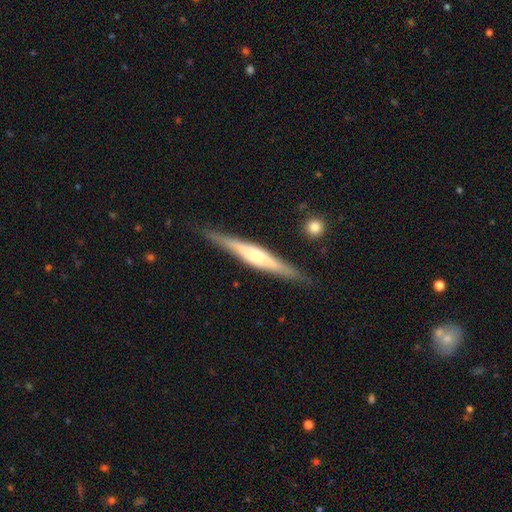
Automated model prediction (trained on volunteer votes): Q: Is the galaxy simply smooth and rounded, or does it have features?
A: featured or disk — 73%.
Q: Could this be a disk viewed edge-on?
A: yes — 97%.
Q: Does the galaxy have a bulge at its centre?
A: rounded — 69%.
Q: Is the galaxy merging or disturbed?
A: none — 87%.